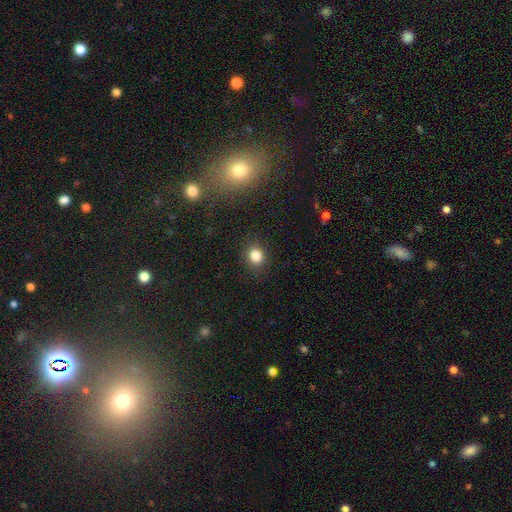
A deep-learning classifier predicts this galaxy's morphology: smooth 84%, star or artifact 12%, featured or disk 4%. Down the decision tree: how rounded — round (74%); merging — none (87%).